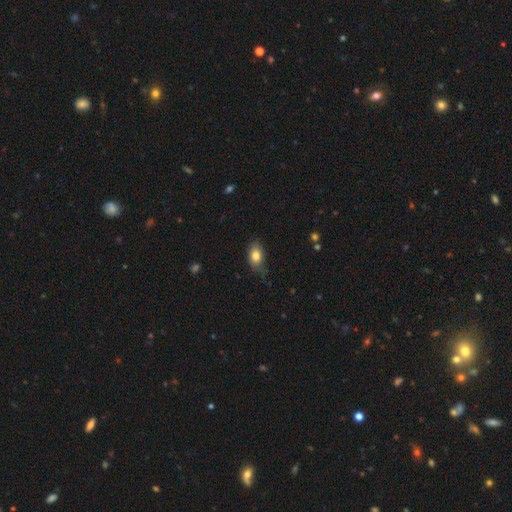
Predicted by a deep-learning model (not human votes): Smooth or featured? Predicted: smooth (p=0.81). How rounded? Predicted: in between (p=0.85). Merging? Predicted: none (p=0.65).